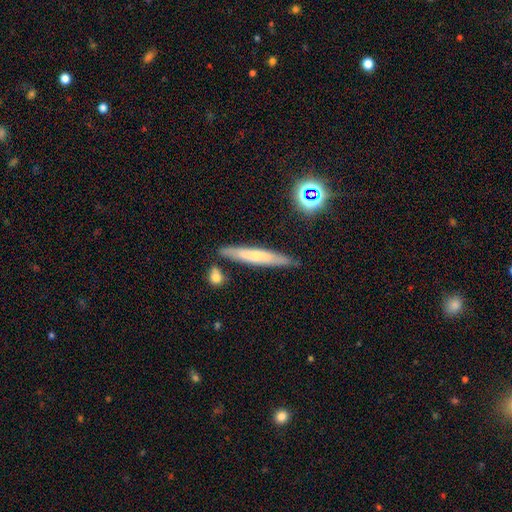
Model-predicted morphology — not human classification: smooth_or_featured: smooth (p=0.49) [alt: featured or disk p=0.42]
merging: none (p=0.81) [alt: minor disturbance p=0.12]